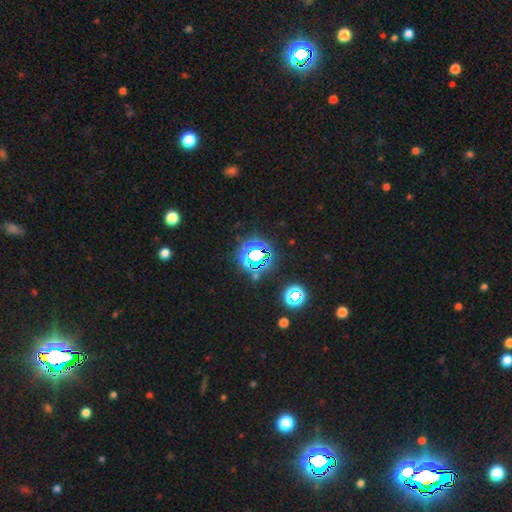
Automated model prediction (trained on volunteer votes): Smooth or featured? Predicted: star or artifact (p=0.72).